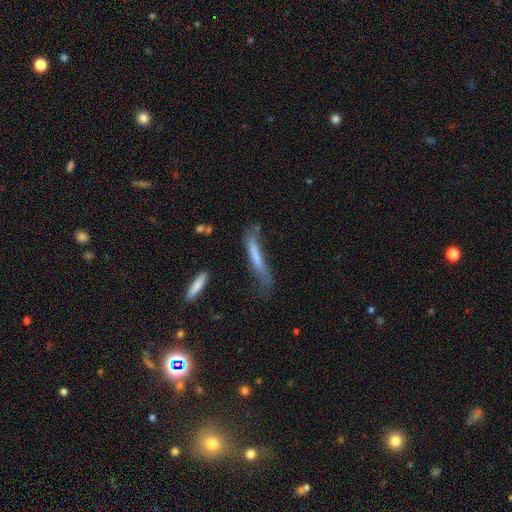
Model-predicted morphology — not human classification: type=smooth (63%); roundness=cigar-shaped (92%); merging=none (40%).